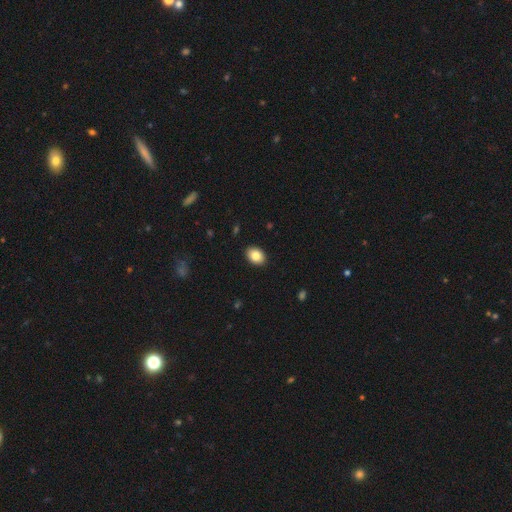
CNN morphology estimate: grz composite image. It shows a smooth galaxy with no disk features (84%) that is in between round and cigar-shaped (75%). Merging: none (90%).